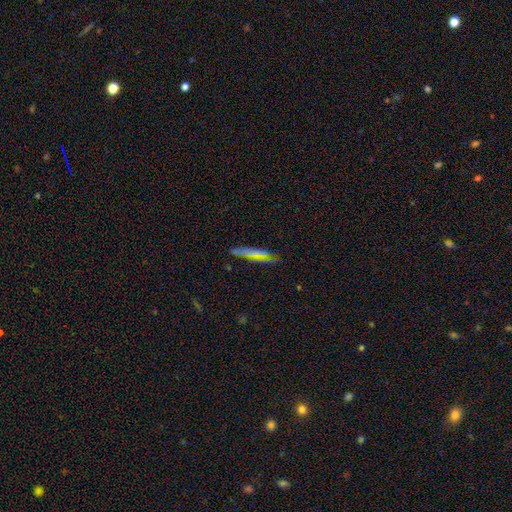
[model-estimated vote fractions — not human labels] Smooth or featured? Predicted: smooth (p=0.50). Merging? Predicted: none (p=0.72).